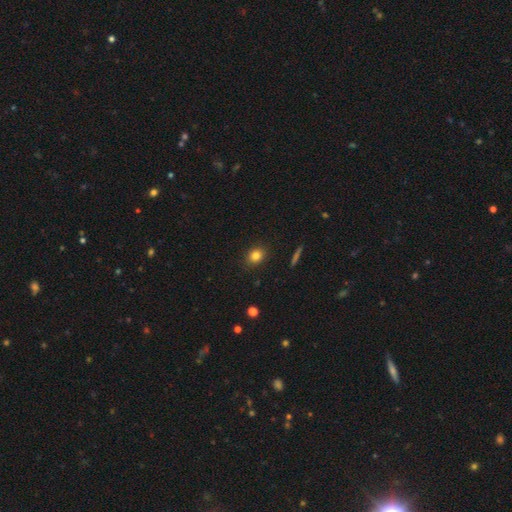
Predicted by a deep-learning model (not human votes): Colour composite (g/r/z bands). It shows a smooth galaxy with no disk features (82%) that is round (56%). Merging: none (88%).